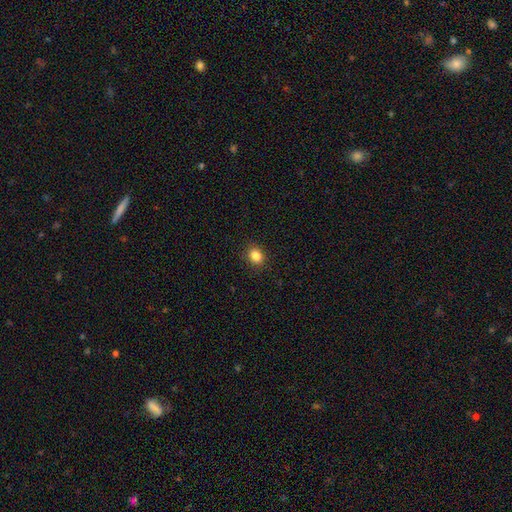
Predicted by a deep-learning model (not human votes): Morphology: type=smooth (85%); roundness=in between (51%); merging=none (90%).